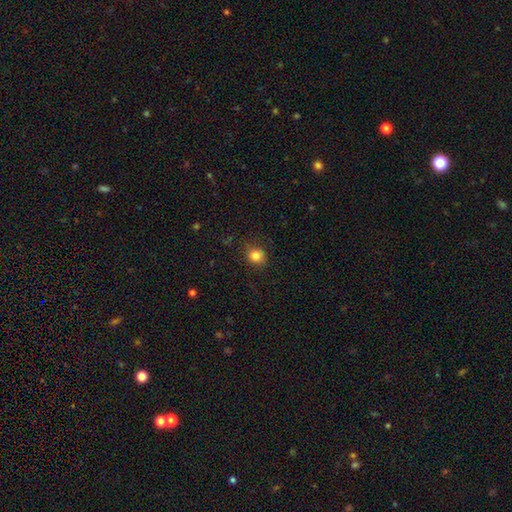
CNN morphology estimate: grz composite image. It shows a smooth galaxy with no disk features (84%) that is round (81%). Merging: none (85%).